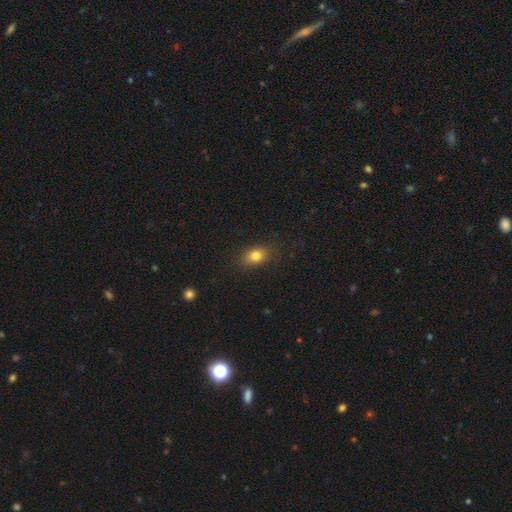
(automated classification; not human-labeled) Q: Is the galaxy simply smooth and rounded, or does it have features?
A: smooth — 81%.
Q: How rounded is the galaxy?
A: in between — 69%.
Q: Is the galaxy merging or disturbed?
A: none — 82%.